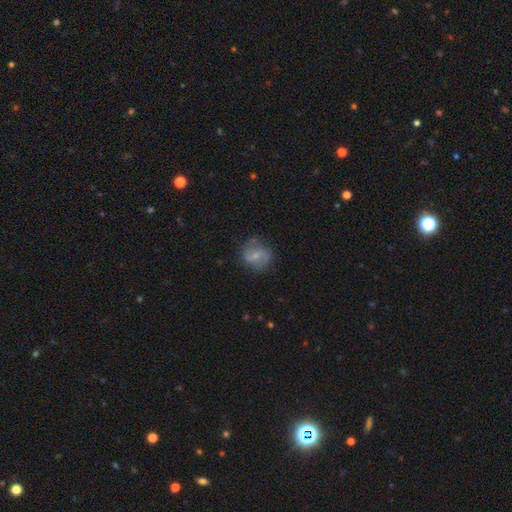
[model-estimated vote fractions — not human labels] A smooth galaxy with no disk features (46%, tied with featured or disk). Merging: none (68%).